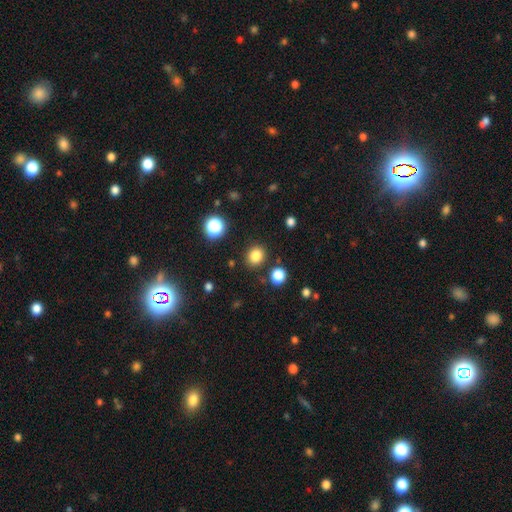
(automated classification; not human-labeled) This is clearly a smooth galaxy (82%). How rounded: likely round (76%). Merging: clearly none (85%).